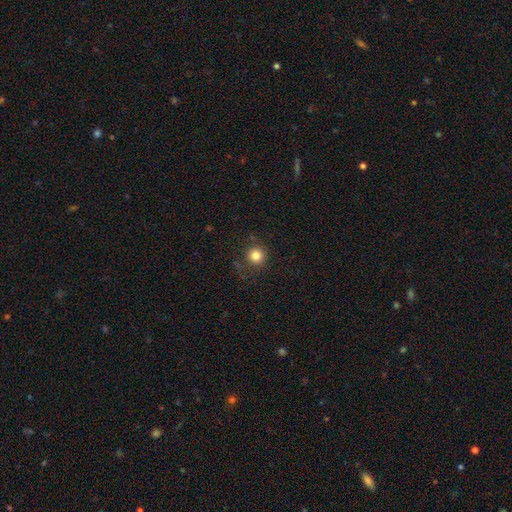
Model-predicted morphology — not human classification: Smooth or featured? smooth (82%)
How rounded? round (94%)
Merging? none (83%)